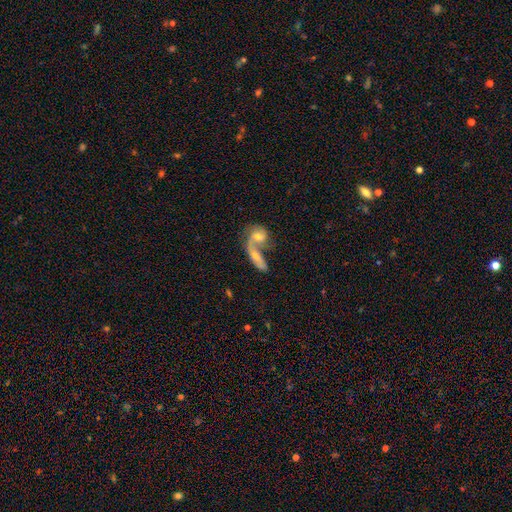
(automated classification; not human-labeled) This is possibly a featured or disk galaxy (55%). It is clearly not viewed edge-on (86%). Merging: likely merger (71%).